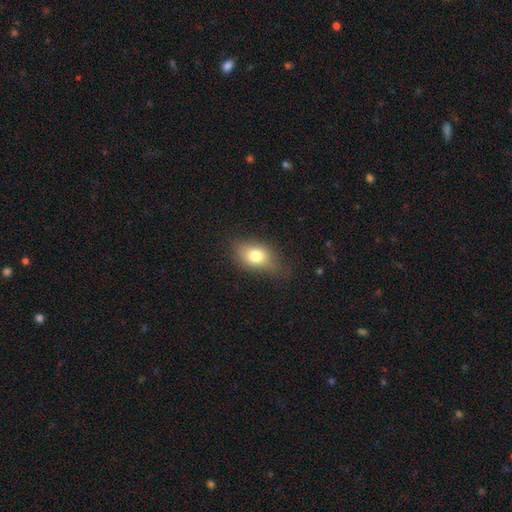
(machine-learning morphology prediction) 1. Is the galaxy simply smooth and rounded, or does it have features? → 75% smooth, 15% featured or disk, 10% star or artifact.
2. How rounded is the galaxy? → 77% in between, 20% round, 3% cigar-shaped.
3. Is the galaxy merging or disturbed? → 68% none, 24% minor disturbance, 7% major disturbance, 1% merger.